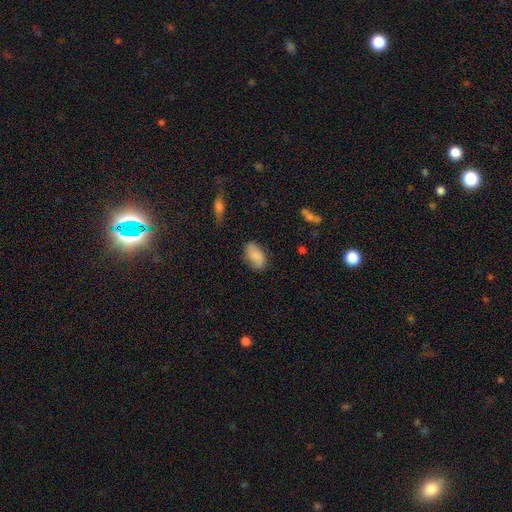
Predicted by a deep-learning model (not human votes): The model was most divided on "merging": none: 78%, minor disturbance: 17%, major disturbance: 4%, merger: 2%. More confident: how rounded — in between (92%); smooth or featured — smooth (80%).